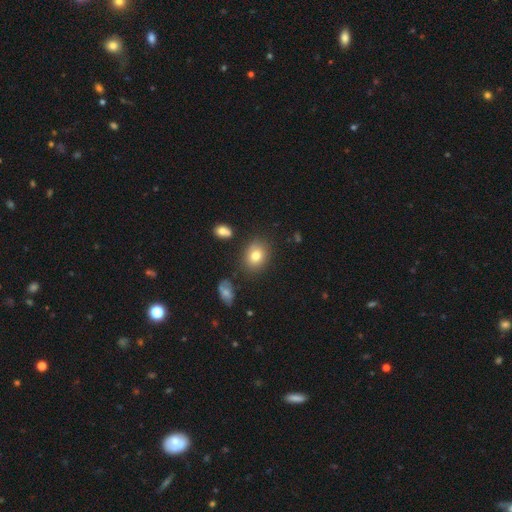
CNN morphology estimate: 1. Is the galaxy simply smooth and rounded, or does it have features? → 78% smooth, 11% star or artifact, 11% featured or disk.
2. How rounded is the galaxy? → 50% in between, 48% round, 1% cigar-shaped.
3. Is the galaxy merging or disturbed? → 81% none, 12% minor disturbance, 4% merger, 3% major disturbance.